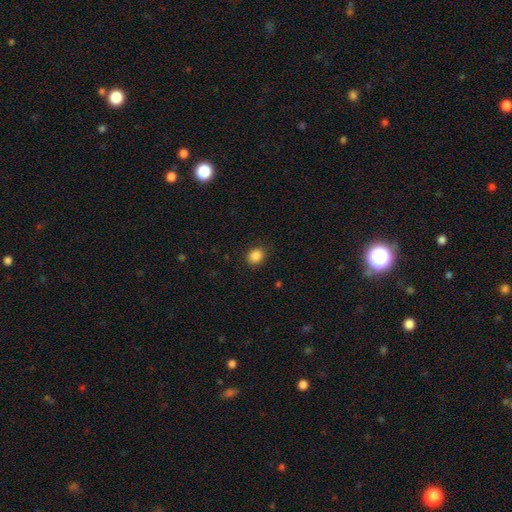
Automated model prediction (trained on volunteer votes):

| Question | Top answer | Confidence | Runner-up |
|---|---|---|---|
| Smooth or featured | smooth | 87% | star or artifact (10%) |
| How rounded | round | 60% | in between (39%) |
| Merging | none | 87% | minor disturbance (9%) |